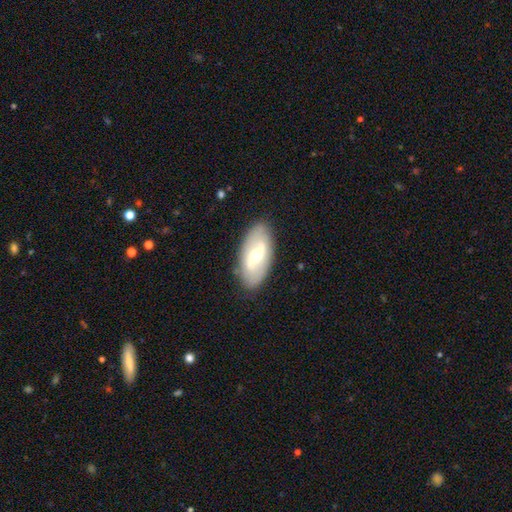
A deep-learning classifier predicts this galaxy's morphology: Smooth or featured: featured or disk — 60% (smooth — 34%)
Edge-on disk: no — 86% (yes — 14%)
Bar: strong — 46% (weak — 39%)
Spiral arms: no — 57% (yes — 43%)
Bulge size: moderate — 63% (small — 28%)
Merging: none — 84% (minor disturbance — 11%)